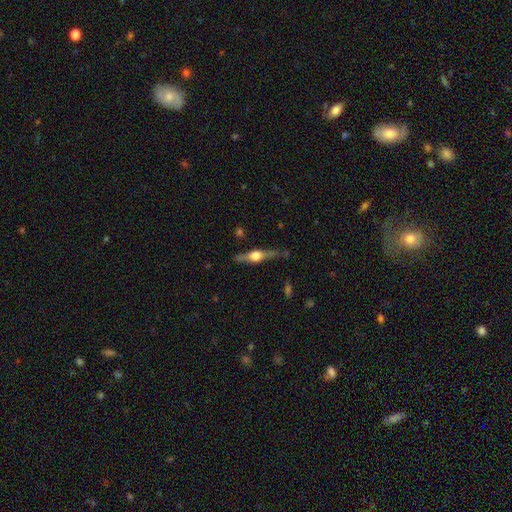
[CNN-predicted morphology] A featured or disk galaxy (73%) viewed edge-on (96%) with a rounded central bulge (91%).

Vote fractions:
- Smooth or featured? featured or disk: 73% / smooth: 21% / star or artifact: 6%
- Edge-on disk? yes: 96% / no: 4%
- Edge-on bulge? rounded: 91% / boxy: 7% / none: 2%
- Merging? none: 78% / minor disturbance: 15% / major disturbance: 4% / merger: 2%